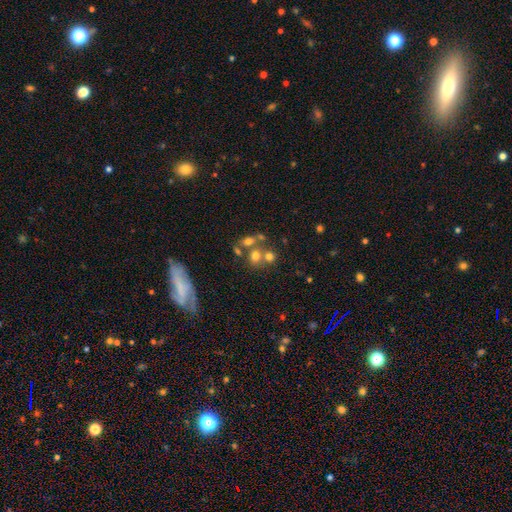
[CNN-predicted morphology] Smooth or featured?
  - smooth: 64% *
  - featured or disk: 19%
  - star or artifact: 17%
How rounded?
  - round: 68% *
  - in between: 30%
  - cigar-shaped: 1%
Merging?
  - none: 43% *
  - merger: 42%
  - minor disturbance: 9%
  - major disturbance: 5%